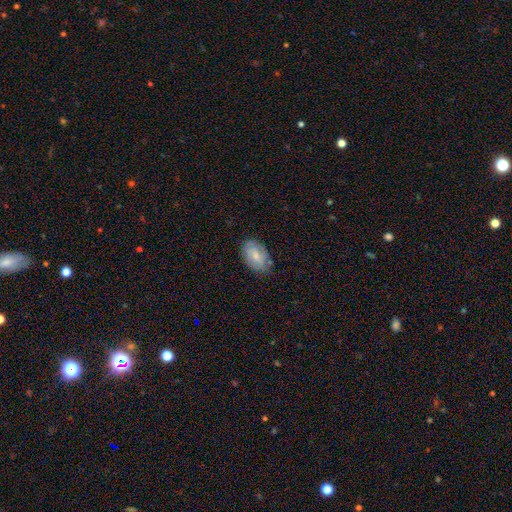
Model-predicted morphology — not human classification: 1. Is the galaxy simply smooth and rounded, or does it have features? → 59% smooth, 34% featured or disk, 7% star or artifact.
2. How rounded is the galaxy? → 89% in between, 10% round, 1% cigar-shaped.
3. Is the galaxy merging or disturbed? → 71% none, 23% minor disturbance, 4% major disturbance, 2% merger.